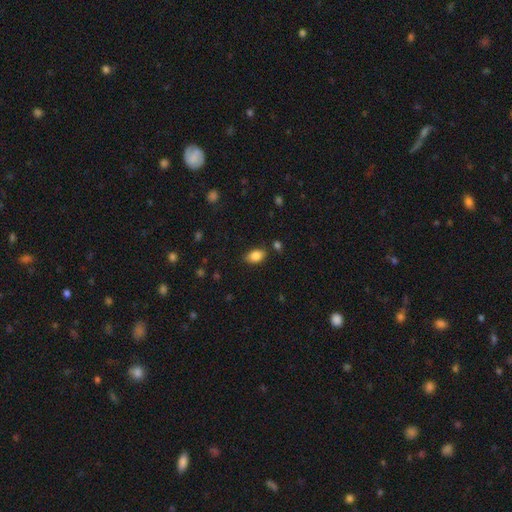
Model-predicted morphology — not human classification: type=smooth (86%); roundness=in between (89%); merging=none (79%).